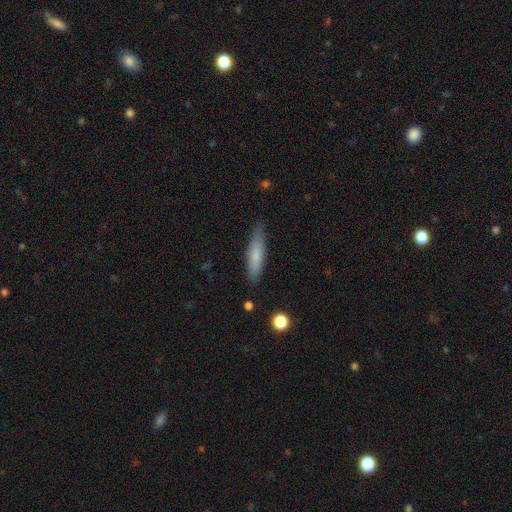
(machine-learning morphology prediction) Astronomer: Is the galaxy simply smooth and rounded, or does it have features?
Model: smooth — 76%.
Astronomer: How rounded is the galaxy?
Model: cigar-shaped — 76%.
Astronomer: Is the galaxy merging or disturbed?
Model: none — 84%.